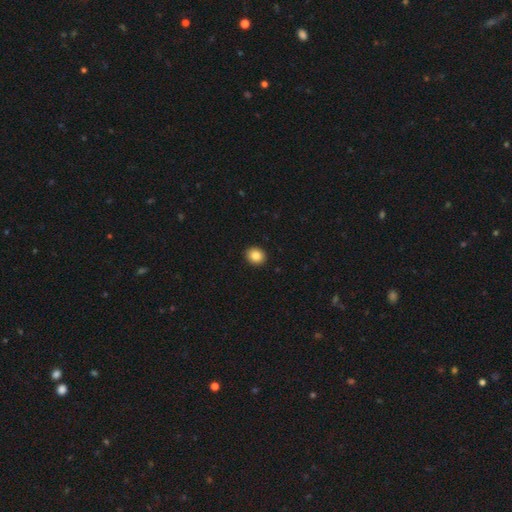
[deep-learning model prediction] A smooth galaxy with no disk features (86%) that is round (75%). Merging: none (93%).